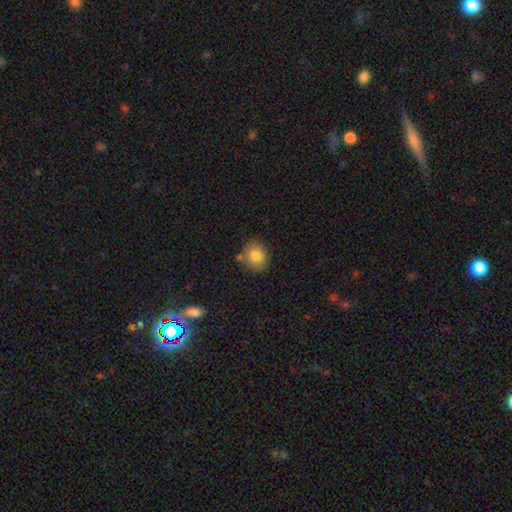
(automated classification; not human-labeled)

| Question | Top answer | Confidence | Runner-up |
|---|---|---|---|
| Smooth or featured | smooth | 81% | featured or disk (10%) |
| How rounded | round | 59% | in between (40%) |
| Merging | none | 73% | minor disturbance (15%) |